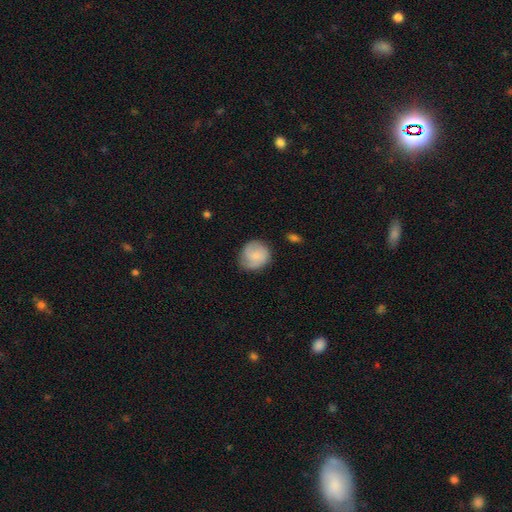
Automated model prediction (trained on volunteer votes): A smooth galaxy with no disk features (56%) that is round (83%). Merging: none (72%).